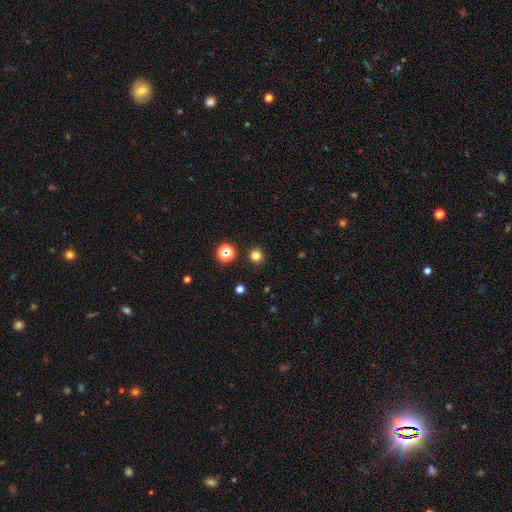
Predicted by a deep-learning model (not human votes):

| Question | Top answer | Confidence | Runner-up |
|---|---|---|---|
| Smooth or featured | smooth | 81% | star or artifact (15%) |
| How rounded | round | 94% | in between (5%) |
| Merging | none | 91% | minor disturbance (5%) |